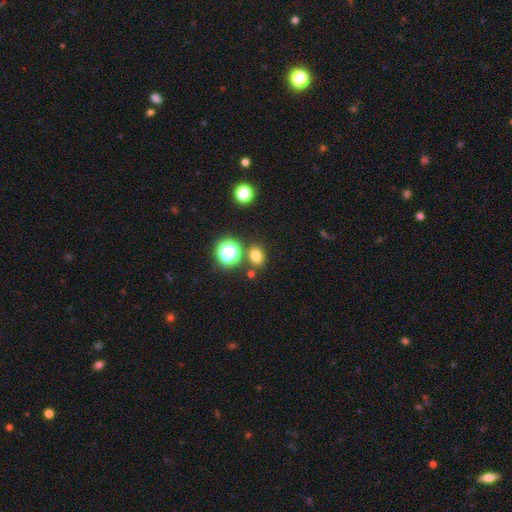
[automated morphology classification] Smooth or featured? Predicted: smooth (p=0.73). How rounded? Predicted: in between (p=0.50). Merging? Predicted: none (p=0.80).